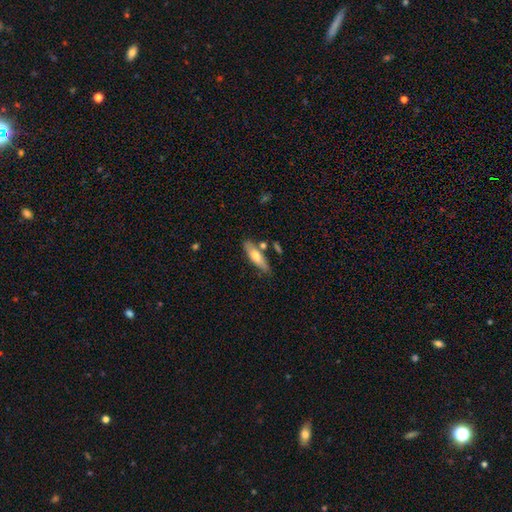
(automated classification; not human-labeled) This appears to be a smooth galaxy with no disk features (64%) that is cigar-shaped (55%). Merging: none (70%).